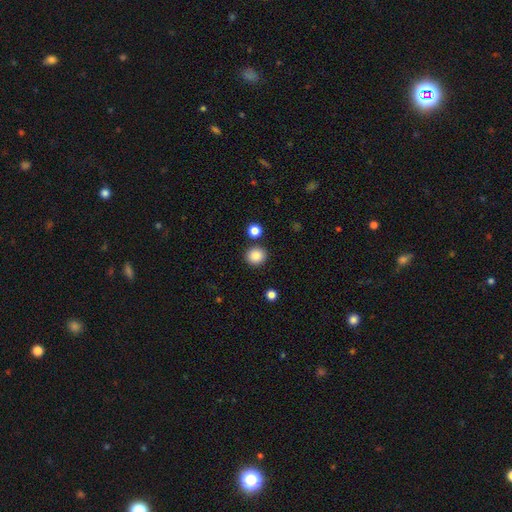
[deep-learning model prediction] Overall: smooth (87%). How rounded: round (89%). Merging: none (87%).